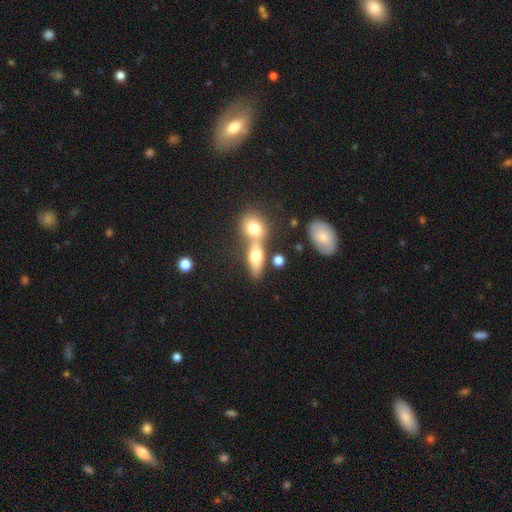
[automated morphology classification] A smooth galaxy with no disk features (66%) that is in between round and cigar-shaped (63%). Merging: merger (53%).